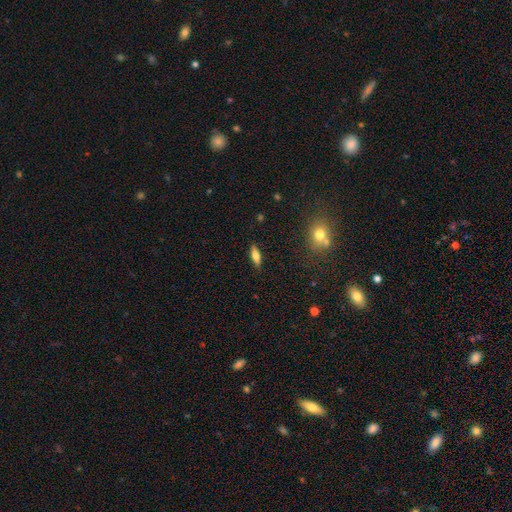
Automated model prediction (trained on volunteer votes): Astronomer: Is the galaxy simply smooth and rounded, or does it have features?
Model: smooth — 65%.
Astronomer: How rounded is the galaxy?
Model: in between — 57% (runner-up: cigar-shaped, 39%).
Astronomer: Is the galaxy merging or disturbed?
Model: none — 87%.